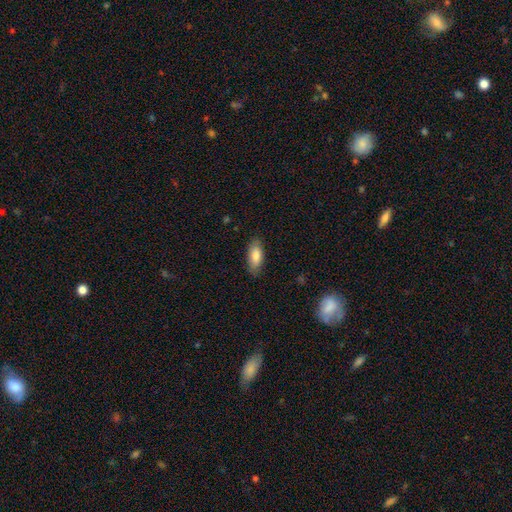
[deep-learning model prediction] This is clearly a smooth galaxy (82%). How rounded: clearly in between (84%). Merging: clearly none (86%).